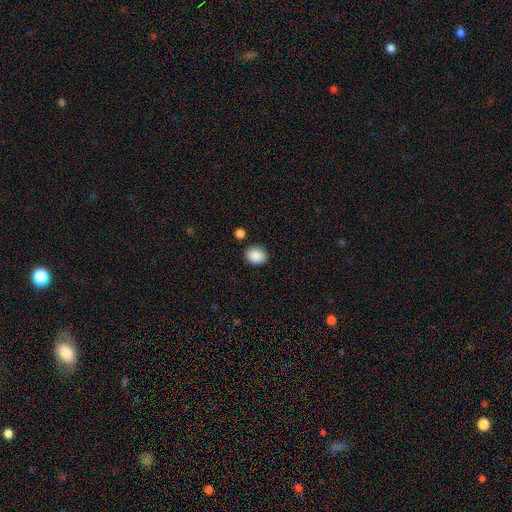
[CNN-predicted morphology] Smooth or featured: smooth — 89% (star or artifact — 8%)
How rounded: in between — 54% (round — 45%)
Merging: none — 85% (minor disturbance — 9%)